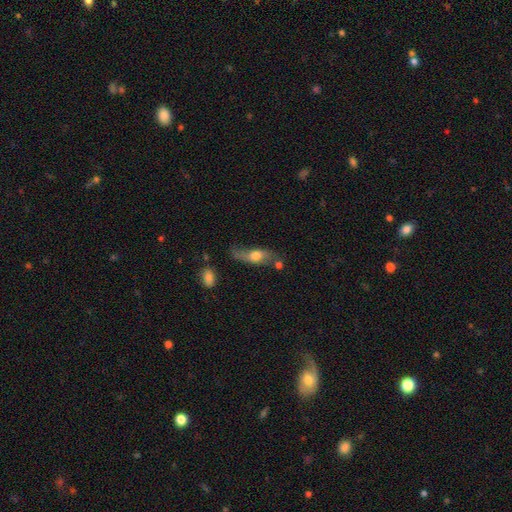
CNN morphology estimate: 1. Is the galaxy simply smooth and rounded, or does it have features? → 49% smooth, 43% featured or disk, 8% star or artifact.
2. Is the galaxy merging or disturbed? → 50% none, 27% minor disturbance, 13% major disturbance, 10% merger.